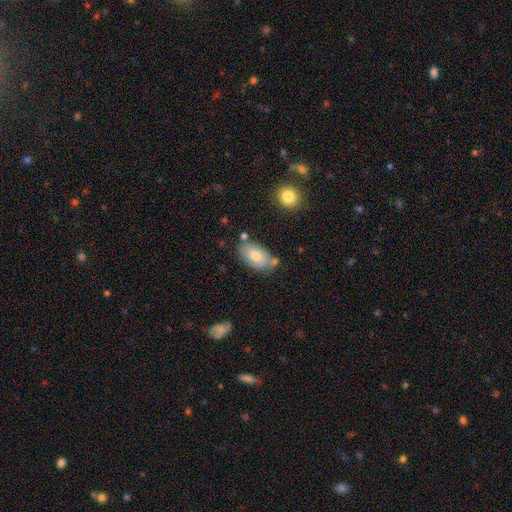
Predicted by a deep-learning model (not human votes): Morphology: type=smooth (73%); roundness=in between (93%); merging=none (69%).